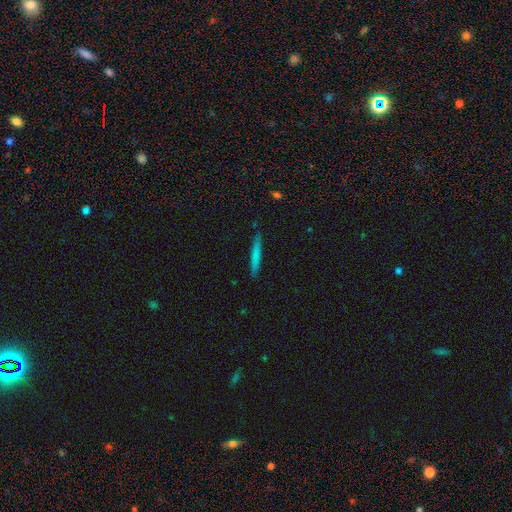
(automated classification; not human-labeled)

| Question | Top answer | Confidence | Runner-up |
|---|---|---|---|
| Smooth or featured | smooth | 68% | featured or disk (26%) |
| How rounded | cigar-shaped | 96% | in between (3%) |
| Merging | none | 88% | minor disturbance (9%) |